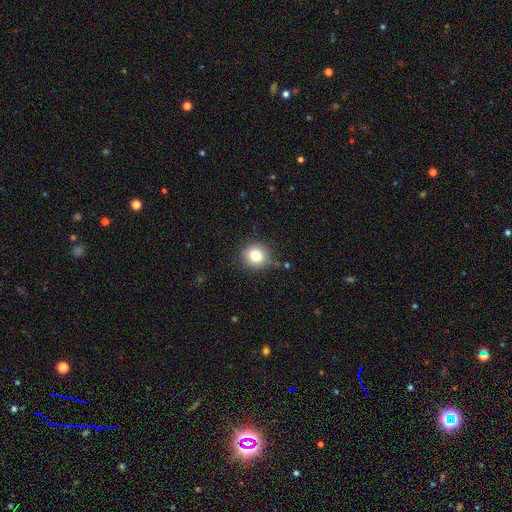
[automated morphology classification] smooth 80%, star or artifact 12%, featured or disk 8%. Down the decision tree: how rounded — round (89%); merging — none (83%).